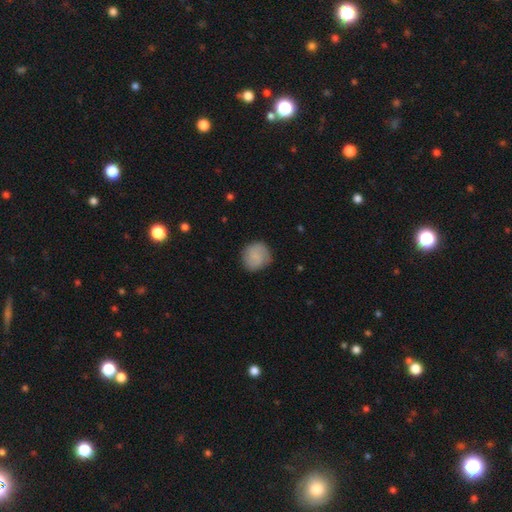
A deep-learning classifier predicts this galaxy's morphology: Smooth or featured?
  - smooth: 80% *
  - featured or disk: 13%
  - star or artifact: 7%
How rounded?
  - round: 86% *
  - in between: 13%
  - cigar-shaped: 1%
Merging?
  - none: 77% *
  - minor disturbance: 18%
  - major disturbance: 4%
  - merger: 1%